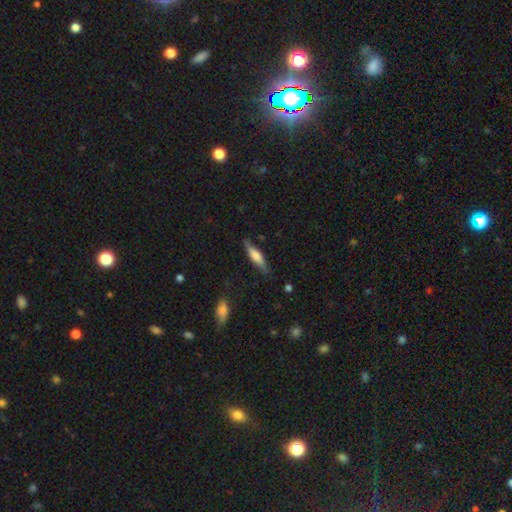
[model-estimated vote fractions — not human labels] Smooth or featured?
  - smooth: 58% *
  - featured or disk: 36%
  - star or artifact: 6%
How rounded?
  - cigar-shaped: 73% *
  - in between: 25%
  - round: 2%
Merging?
  - none: 79% *
  - minor disturbance: 16%
  - major disturbance: 3%
  - merger: 2%